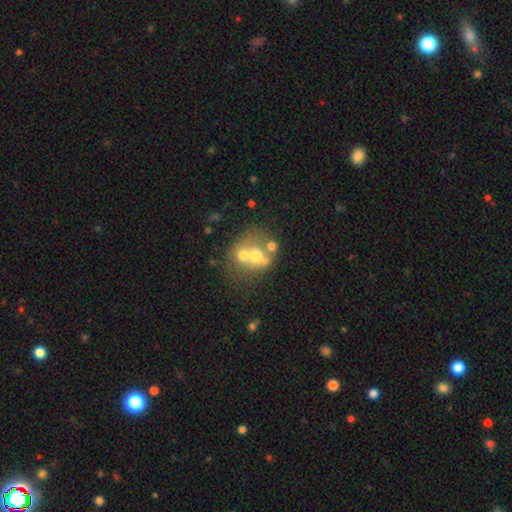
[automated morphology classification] smooth-or-featured: smooth: 52% | featured or disk: 34% | star or artifact: 14%
  how-rounded: round: 72% | in between: 27% | cigar-shaped: 1%
  merging: merger: 54% | none: 32% | minor disturbance: 8% | major disturbance: 6%